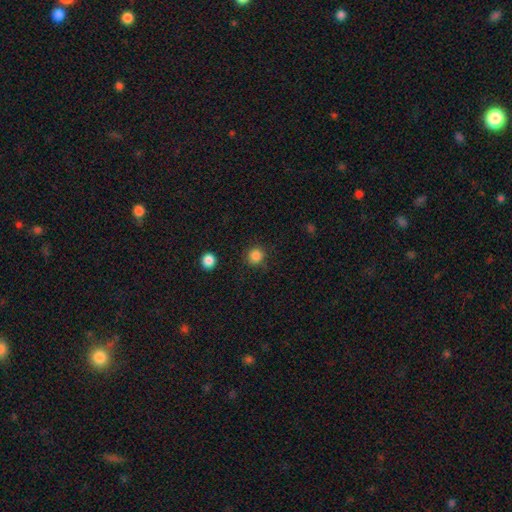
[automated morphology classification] This is clearly a smooth galaxy (85%). How rounded: clearly round (91%). Merging: clearly none (86%).